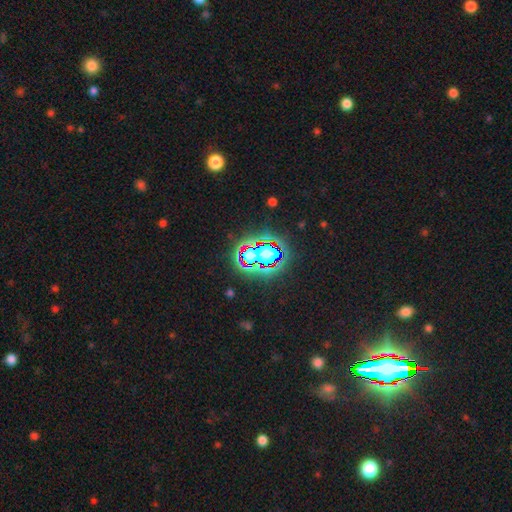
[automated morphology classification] This appears to be a star or artifact, not a galaxy (81%).